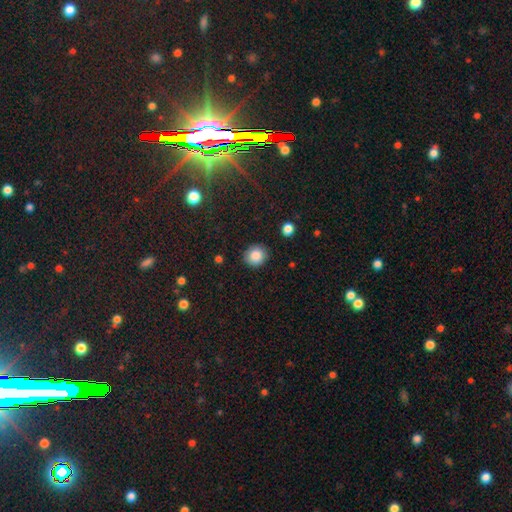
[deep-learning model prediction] A smooth galaxy with no disk features (85%) that is round (87%). Merging: none (89%).